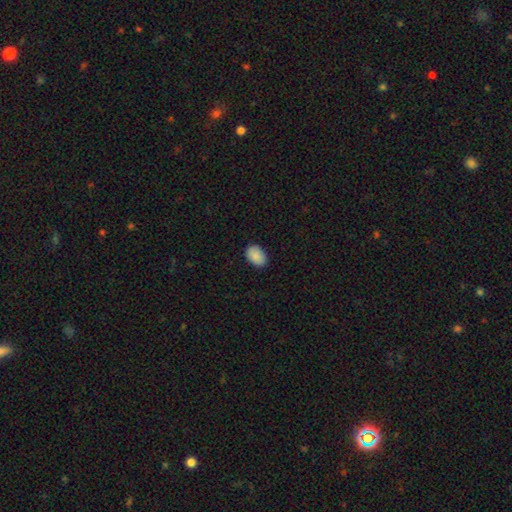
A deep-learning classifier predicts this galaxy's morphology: The model was most divided on "how rounded": in between: 85%, round: 14%, cigar-shaped: 1%. More confident: smooth or featured — smooth (90%); merging — none (87%).